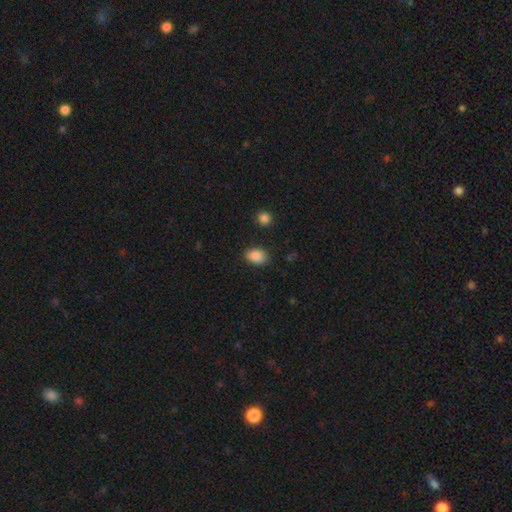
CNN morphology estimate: type=smooth (88%); roundness=in between (80%); merging=none (85%).